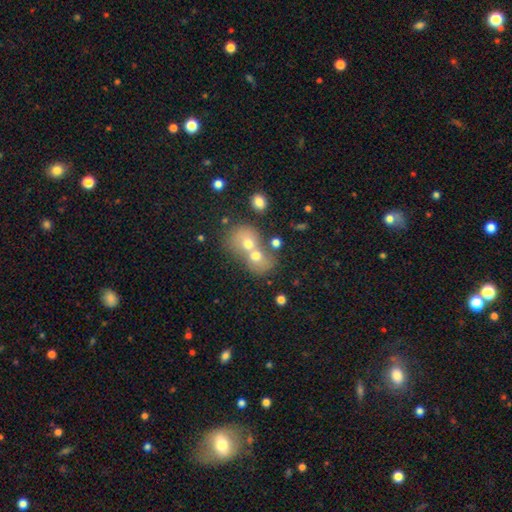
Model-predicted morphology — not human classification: smooth 61%, featured or disk 27%, star or artifact 12%. Down the decision tree: how rounded — round (58%); merging — merger (73%).